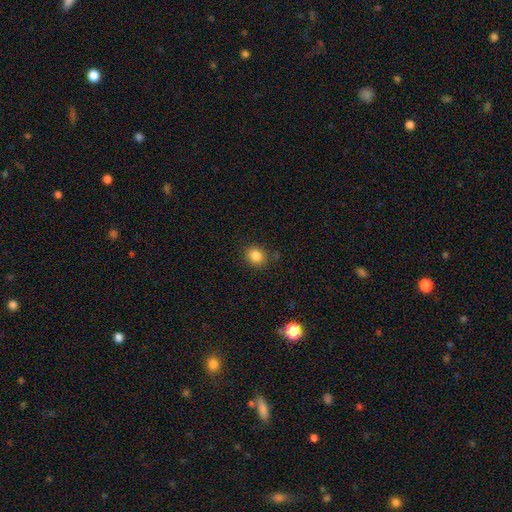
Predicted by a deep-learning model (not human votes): smooth_or_featured: smooth (p=0.84) [alt: star or artifact p=0.11]
how_rounded: round (p=0.73) [alt: in between p=0.26]
merging: none (p=0.85) [alt: minor disturbance p=0.10]